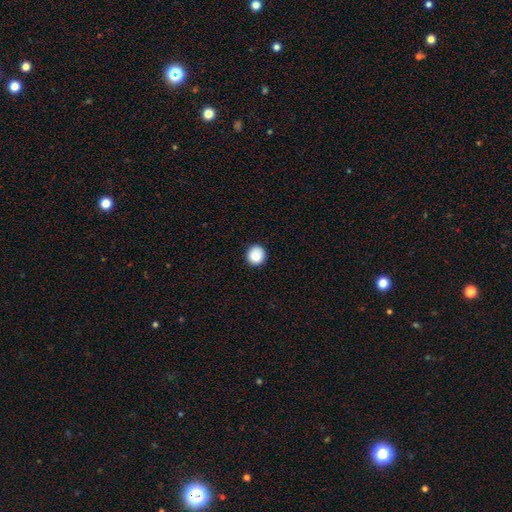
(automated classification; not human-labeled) smooth_or_featured: smooth (p=0.87) [alt: star or artifact p=0.09]
how_rounded: round (p=0.93) [alt: in between p=0.06]
merging: none (p=0.90) [alt: minor disturbance p=0.07]